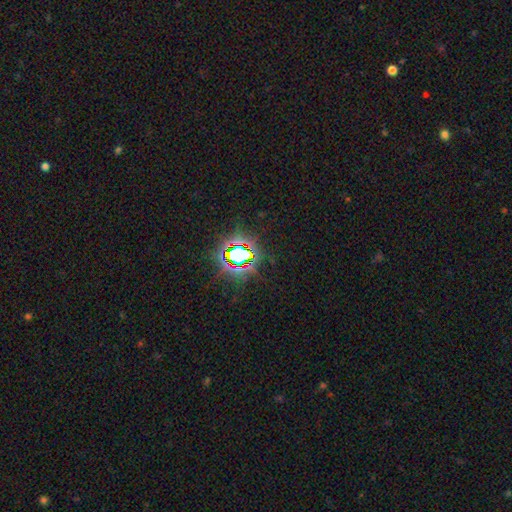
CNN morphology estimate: Smooth or featured: star or artifact — 80% (smooth — 12%)